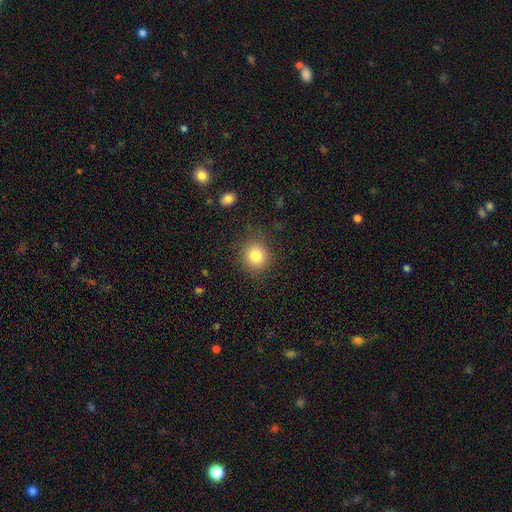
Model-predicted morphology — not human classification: This is clearly a smooth galaxy (82%). How rounded: clearly round (87%). Merging: clearly none (86%).